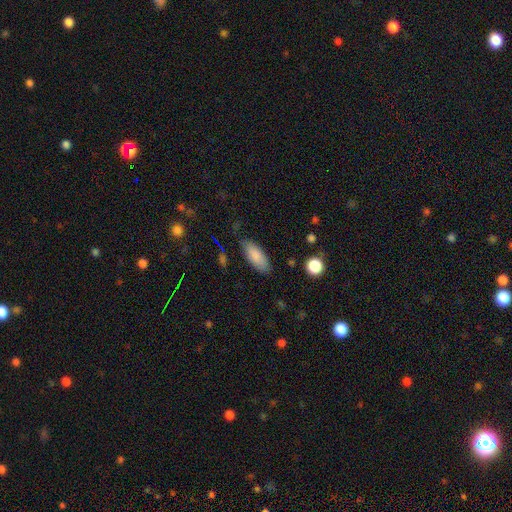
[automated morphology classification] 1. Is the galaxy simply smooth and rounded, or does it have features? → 86% smooth, 8% featured or disk, 6% star or artifact.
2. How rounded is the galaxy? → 80% in between, 18% cigar-shaped, 2% round.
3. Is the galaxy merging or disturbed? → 81% none, 14% minor disturbance, 3% major disturbance, 2% merger.